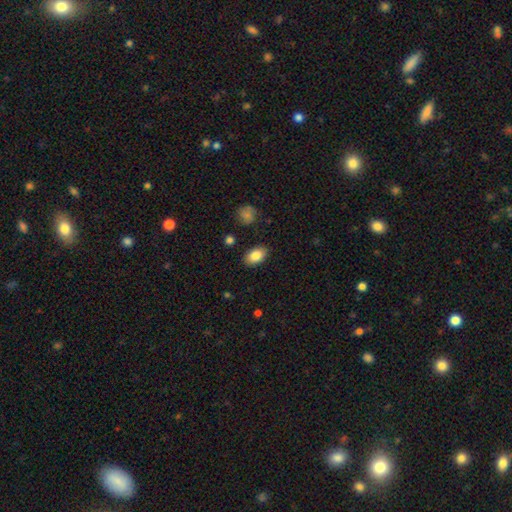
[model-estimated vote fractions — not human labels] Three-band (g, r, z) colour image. It shows a smooth galaxy with no disk features (84%) that is in between round and cigar-shaped (90%). Merging: none (87%).